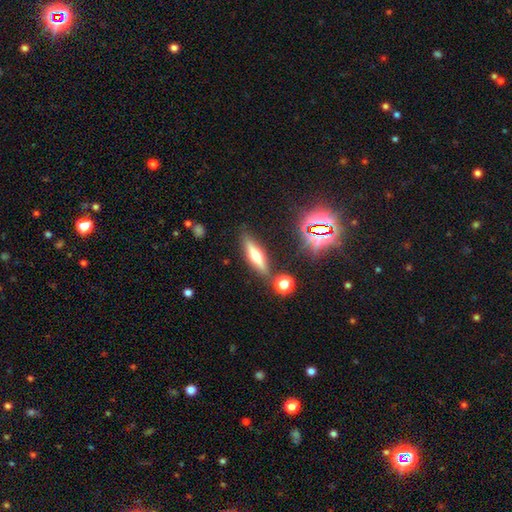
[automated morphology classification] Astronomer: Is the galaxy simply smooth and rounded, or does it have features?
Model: featured or disk — 49% (runner-up: smooth, 39%).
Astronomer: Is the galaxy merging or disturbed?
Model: none — 82%.